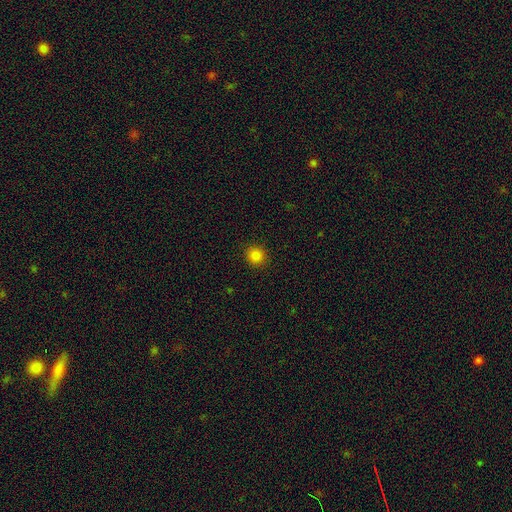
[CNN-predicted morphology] A smooth galaxy with no disk features (83%) that is round (92%).

Vote fractions:
- Smooth or featured? smooth: 83% / star or artifact: 13% / featured or disk: 4%
- How rounded? round: 92% / in between: 7% / cigar-shaped: 1%
- Merging? none: 92% / minor disturbance: 5% / major disturbance: 2% / merger: 1%